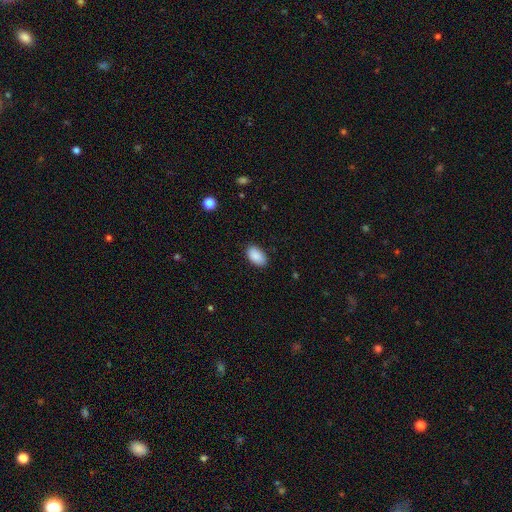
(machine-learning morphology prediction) The model was most divided on "merging": none: 87%, minor disturbance: 10%, major disturbance: 2%, merger: 1%. More confident: how rounded — in between (94%); smooth or featured — smooth (90%).